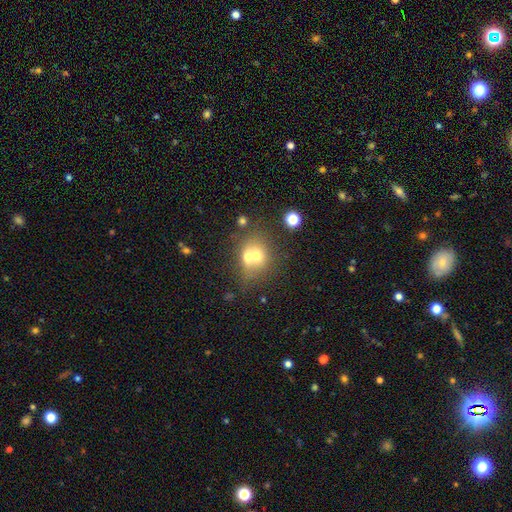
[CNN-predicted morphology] Smooth or featured? Predicted: smooth (p=0.60). How rounded? Predicted: round (p=0.66). Merging? Predicted: merger (p=0.58).